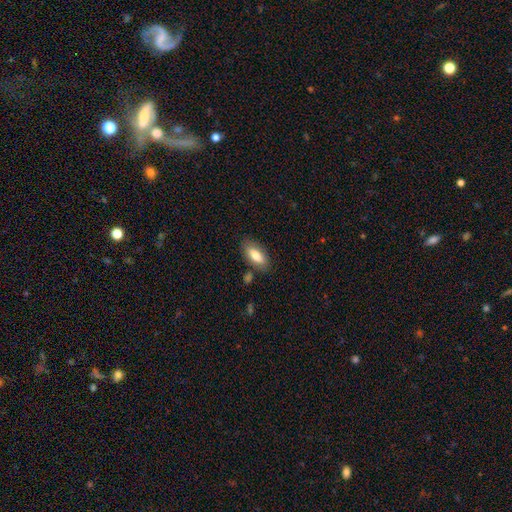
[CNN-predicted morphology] This is likely a smooth galaxy (77%). How rounded: clearly in between (85%). Merging: clearly none (81%).